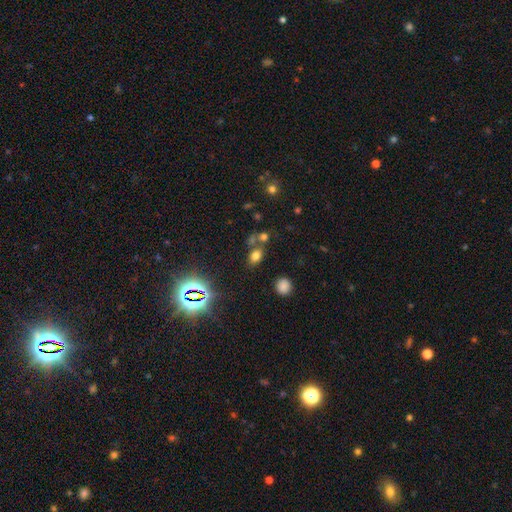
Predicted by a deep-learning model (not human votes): A smooth galaxy with no disk features (68%) that is in between round and cigar-shaped (74%). Merging: none (60%).